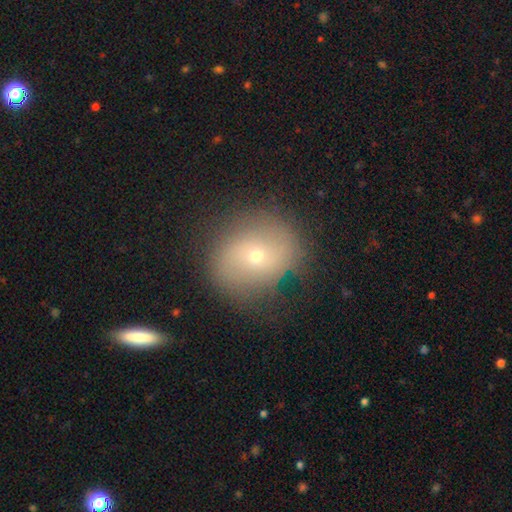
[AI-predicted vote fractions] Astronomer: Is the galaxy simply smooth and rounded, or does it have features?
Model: smooth — 48% (runner-up: featured or disk, 39%).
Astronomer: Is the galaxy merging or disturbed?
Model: none — 74%.